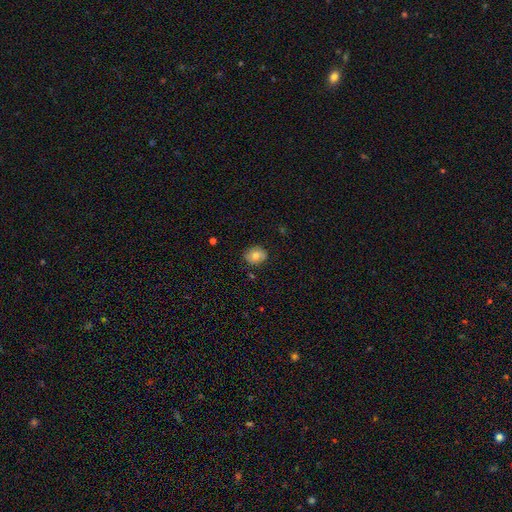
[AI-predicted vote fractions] Smooth or featured: smooth — 69% (featured or disk — 23%)
How rounded: round — 51% (in between — 48%)
Merging: none — 80% (minor disturbance — 15%)